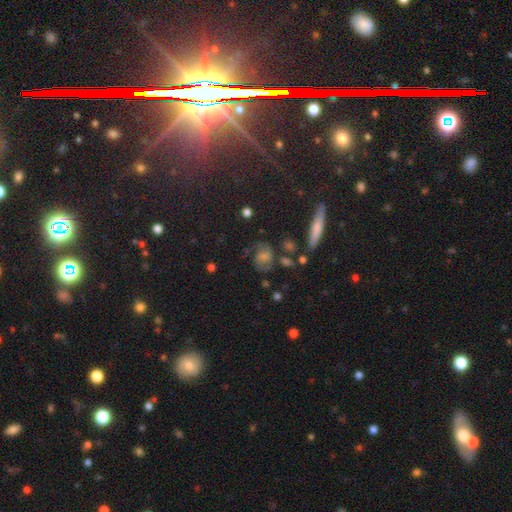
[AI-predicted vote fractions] smooth_or_featured: star or artifact (p=0.66) [alt: featured or disk p=0.20]